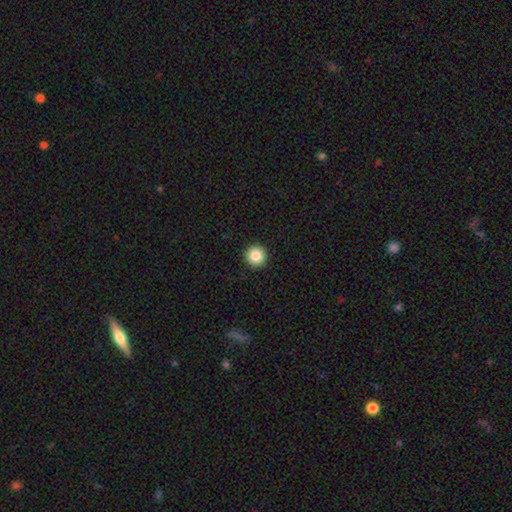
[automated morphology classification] smooth_or_featured: smooth (p=0.86) [alt: star or artifact p=0.09]
how_rounded: round (p=0.96) [alt: in between p=0.03]
merging: none (p=0.93) [alt: minor disturbance p=0.04]